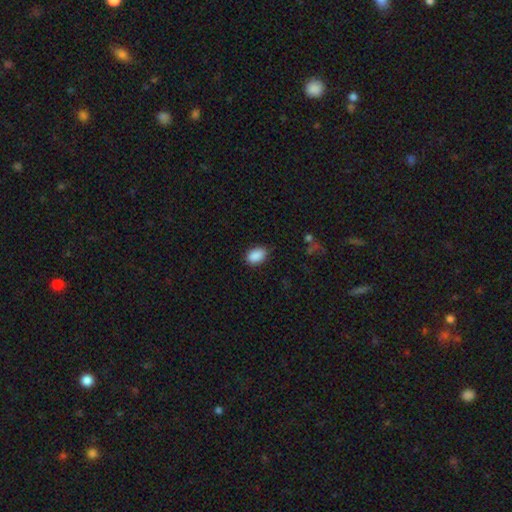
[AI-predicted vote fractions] smooth-or-featured: smooth: 89% | star or artifact: 8% | featured or disk: 3%
  how-rounded: in between: 86% | round: 13% | cigar-shaped: 1%
  merging: none: 83% | minor disturbance: 13% | major disturbance: 3% | merger: 1%